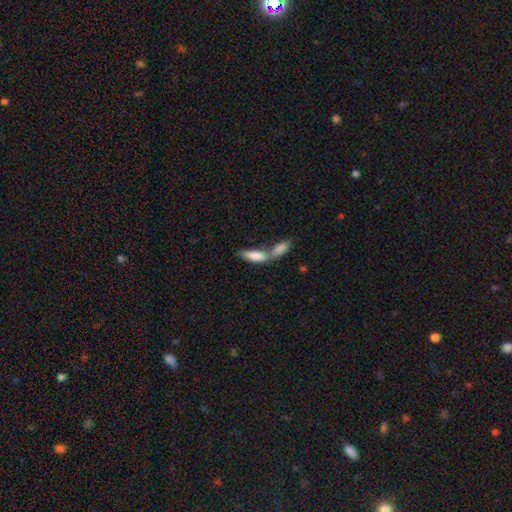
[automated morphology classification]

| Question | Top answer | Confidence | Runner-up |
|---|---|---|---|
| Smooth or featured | smooth | 80% | featured or disk (14%) |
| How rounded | in between | 69% | cigar-shaped (28%) |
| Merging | merger | 69% | none (20%) |